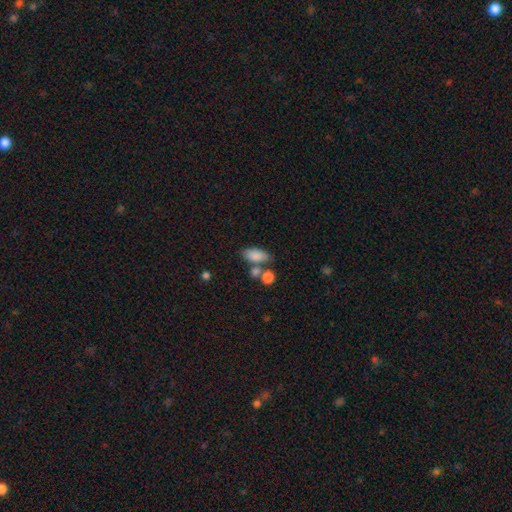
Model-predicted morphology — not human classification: Smooth or featured? Predicted: smooth (p=0.84). How rounded? Predicted: in between (p=0.88). Merging? Predicted: none (p=0.57).